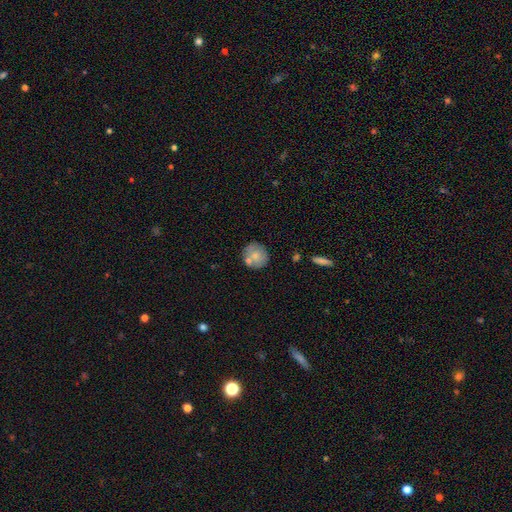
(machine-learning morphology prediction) This appears to be a smooth galaxy with no disk features (71%) that is round (89%). Merging: none (68%).